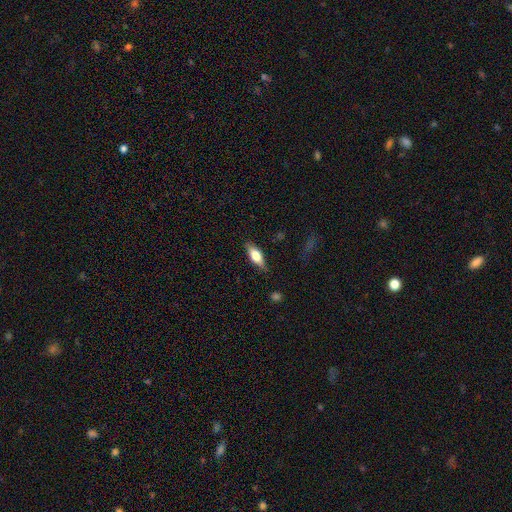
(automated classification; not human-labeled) A smooth galaxy with no disk features (65%) that is in between round and cigar-shaped (71%).

Vote fractions:
- Smooth or featured? smooth: 65% / featured or disk: 29% / star or artifact: 6%
- How rounded? in between: 71% / cigar-shaped: 27% / round: 3%
- Merging? none: 83% / minor disturbance: 13% / major disturbance: 3% / merger: 1%